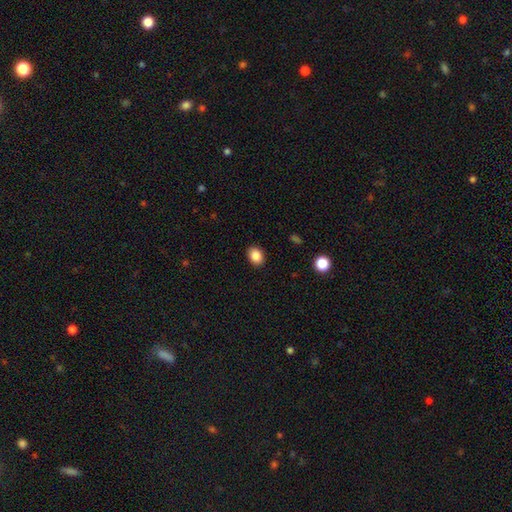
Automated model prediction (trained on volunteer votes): Overall: smooth (87%). How rounded: in between (62%; round 37%). Merging: none (90%).